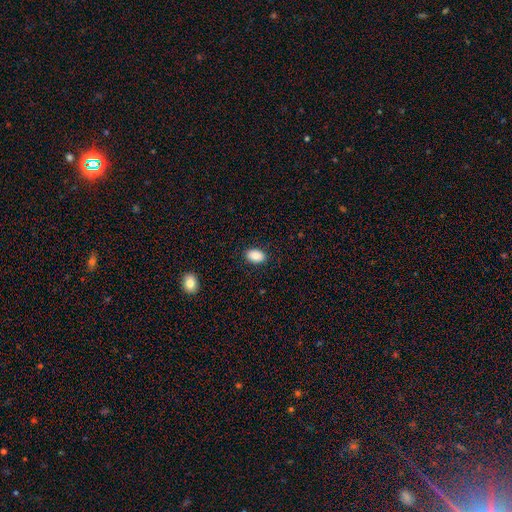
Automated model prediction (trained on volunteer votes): smooth 88%, star or artifact 8%, featured or disk 5%. Down the decision tree: how rounded — in between (88%); merging — none (89%).